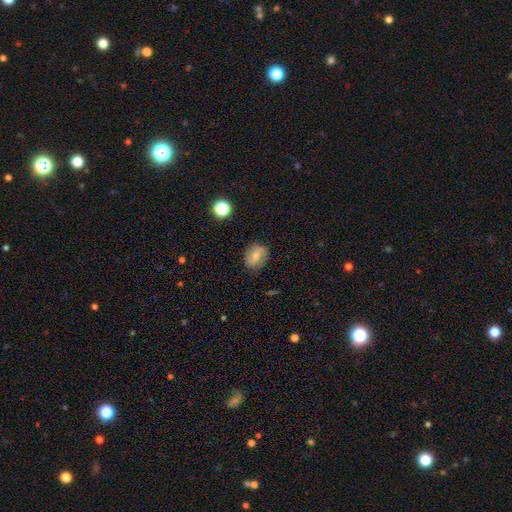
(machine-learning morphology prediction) smooth-or-featured: smooth: 68% | featured or disk: 21% | star or artifact: 11%
  how-rounded: in between: 56% | round: 42% | cigar-shaped: 2%
  merging: none: 80% | minor disturbance: 15% | major disturbance: 4% | merger: 2%